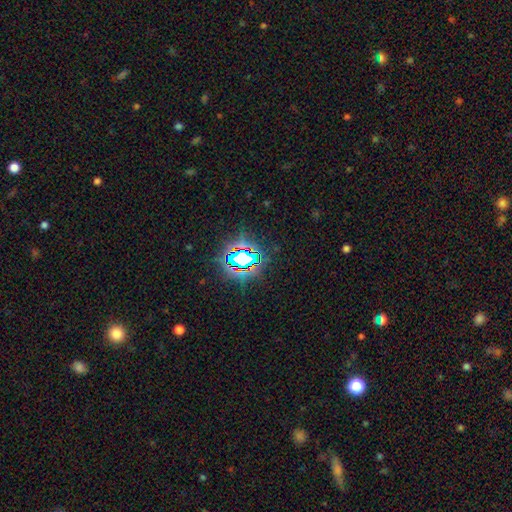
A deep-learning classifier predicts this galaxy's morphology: Smooth or featured?
  - star or artifact: 80% *
  - smooth: 12%
  - featured or disk: 9%